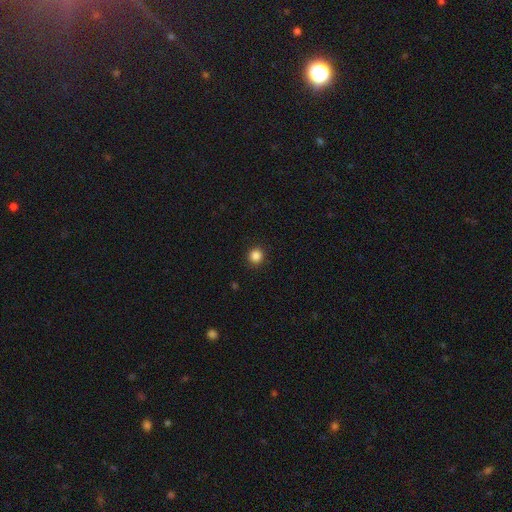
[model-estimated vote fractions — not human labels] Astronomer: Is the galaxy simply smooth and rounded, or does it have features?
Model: smooth — 86%.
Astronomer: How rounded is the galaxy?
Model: round — 93%.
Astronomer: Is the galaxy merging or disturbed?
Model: none — 92%.